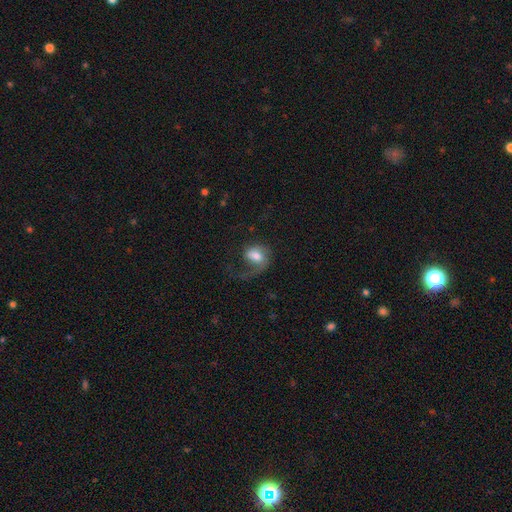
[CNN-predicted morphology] Smooth or featured: featured or disk — 48% (smooth — 44%)
Merging: major disturbance — 50% (none — 32%)